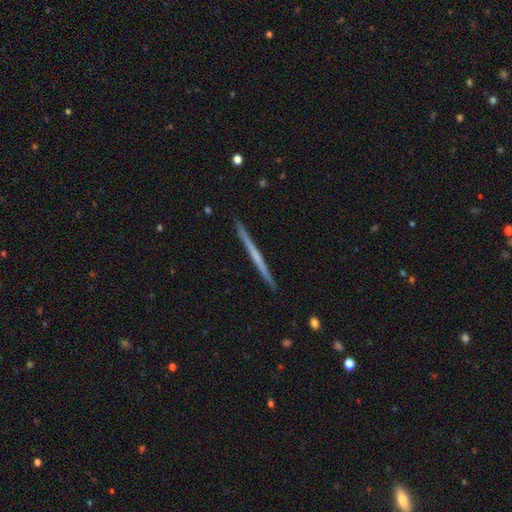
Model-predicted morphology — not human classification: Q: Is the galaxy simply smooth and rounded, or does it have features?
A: featured or disk — 59%.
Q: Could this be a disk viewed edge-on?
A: yes — 98%.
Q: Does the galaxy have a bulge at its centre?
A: none — 85%.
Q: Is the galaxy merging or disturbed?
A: none — 93%.